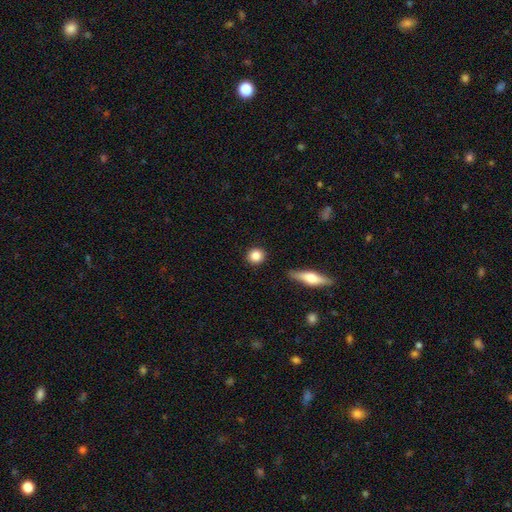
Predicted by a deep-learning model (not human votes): This is clearly a smooth galaxy (85%). How rounded: clearly round (91%). Merging: clearly none (90%).